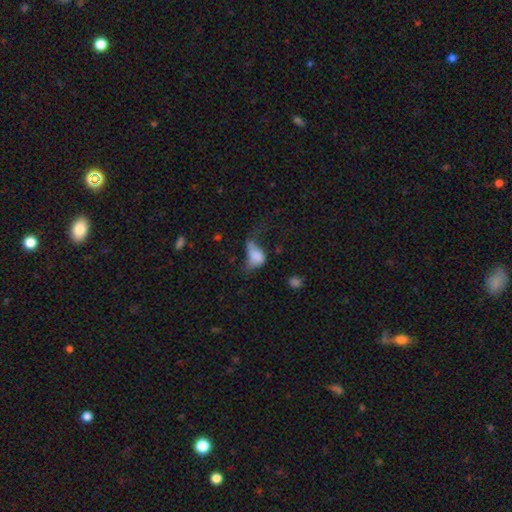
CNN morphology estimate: Smooth or featured? smooth (65%)
How rounded? in between (81%)
Merging? major disturbance (53%)